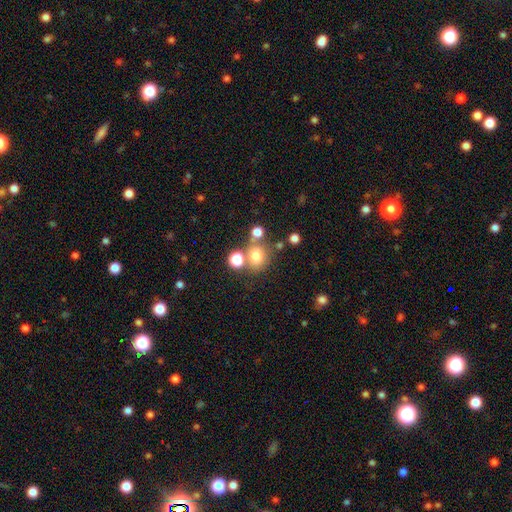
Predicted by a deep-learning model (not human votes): This is likely a smooth galaxy (72%). How rounded: clearly round (80%). Merging: likely none (63%).